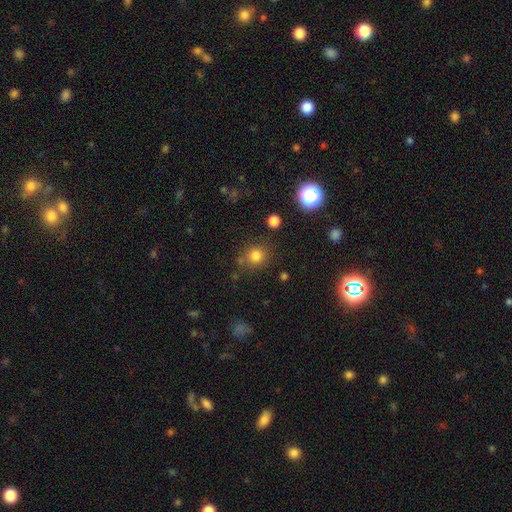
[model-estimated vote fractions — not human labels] Smooth or featured: smooth — 79% (star or artifact — 15%)
How rounded: round — 87% (in between — 12%)
Merging: none — 77% (minor disturbance — 12%)